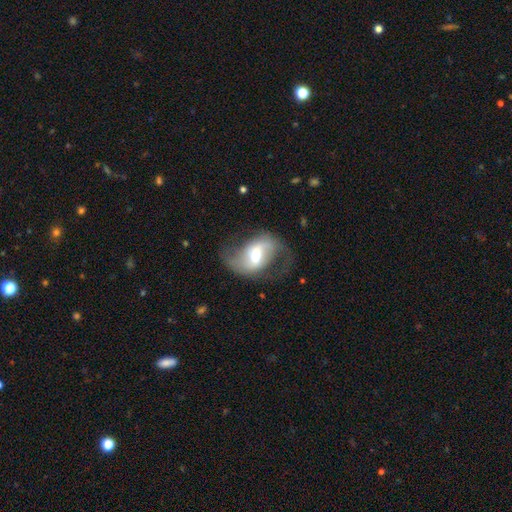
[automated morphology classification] This appears to be a featured or disk galaxy (78%) with a weak bar (46%), 2 (88%) loose (66%) spiral arms (89%) and a moderate central bulge (64%). Merging: none (61%).